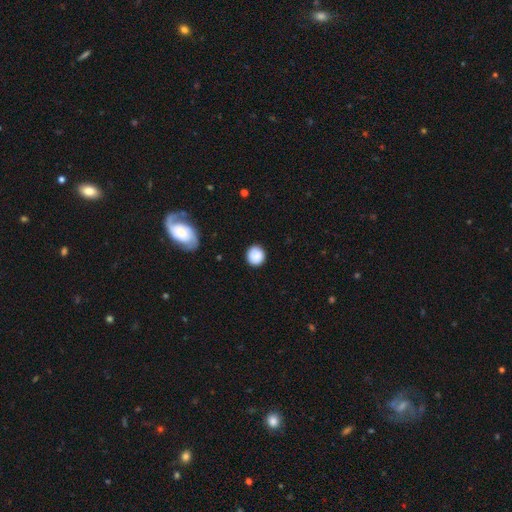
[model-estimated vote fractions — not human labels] A smooth galaxy with no disk features (88%) that is round (91%).

Vote fractions:
- Smooth or featured? smooth: 88% / star or artifact: 8% / featured or disk: 4%
- How rounded? round: 91% / in between: 8% / cigar-shaped: 1%
- Merging? none: 89% / minor disturbance: 8% / major disturbance: 2% / merger: 1%